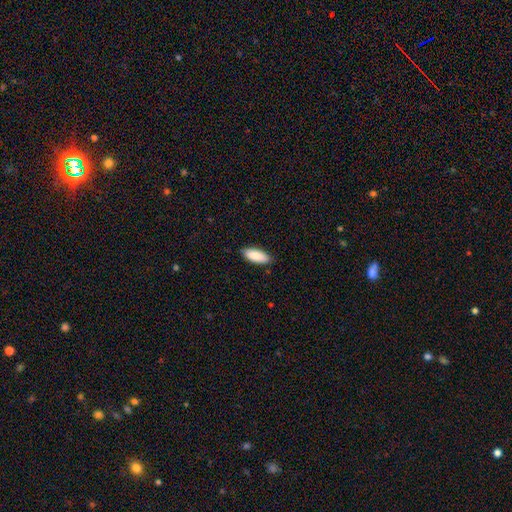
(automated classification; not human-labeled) The model was most divided on "how rounded": in between: 80%, cigar-shaped: 18%, round: 2%. More confident: smooth or featured — smooth (88%); merging — none (87%).